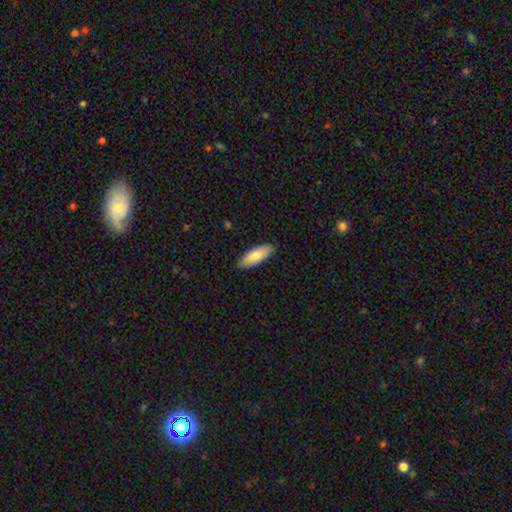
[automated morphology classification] type=smooth (83%); roundness=in between (67%); merging=none (90%).